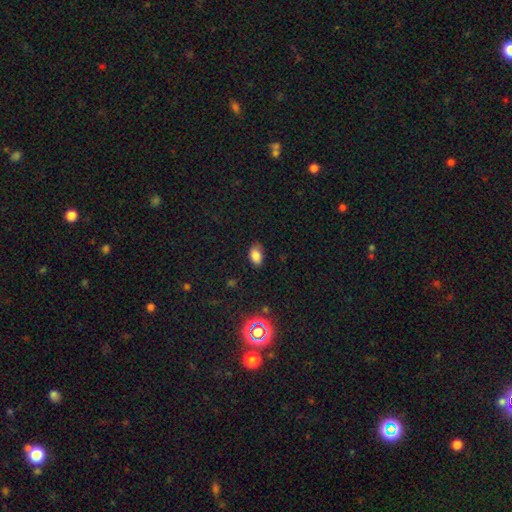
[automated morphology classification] Smooth or featured: smooth — 81% (star or artifact — 13%)
How rounded: in between — 88% (round — 11%)
Merging: none — 77% (minor disturbance — 18%)